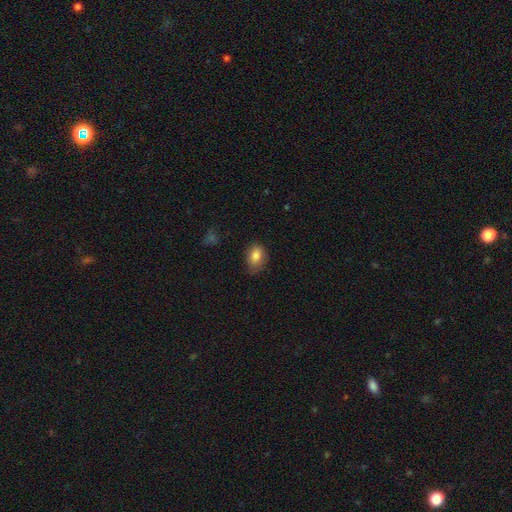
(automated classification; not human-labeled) This is clearly a smooth galaxy (84%). How rounded: likely in between (78%). Merging: likely none (69%).